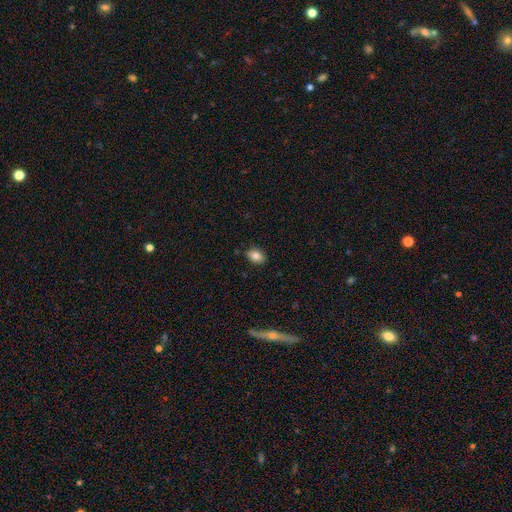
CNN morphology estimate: type=smooth (82%); roundness=in between (73%); merging=none (86%).